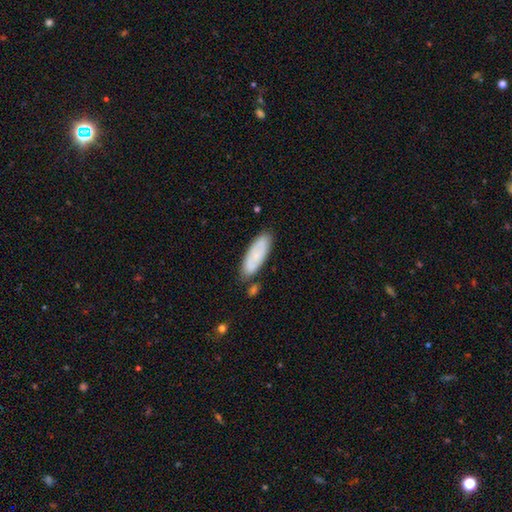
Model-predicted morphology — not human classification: Overall: smooth (67%). How rounded: in between (61%; cigar-shaped 37%). Merging: none (73%).